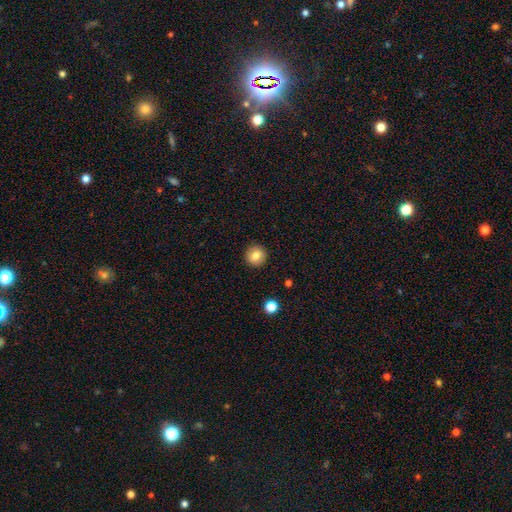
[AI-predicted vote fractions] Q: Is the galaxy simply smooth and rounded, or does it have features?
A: smooth — 82%.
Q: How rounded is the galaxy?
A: round — 92%.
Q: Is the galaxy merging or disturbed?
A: none — 91%.